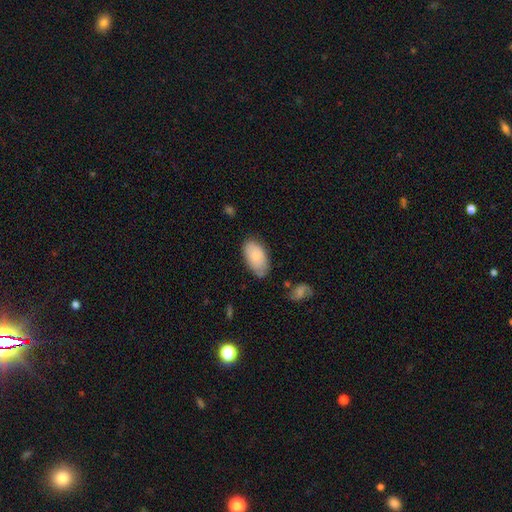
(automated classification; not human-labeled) Smooth or featured? Predicted: smooth (p=0.78). How rounded? Predicted: in between (p=0.95). Merging? Predicted: none (p=0.70).